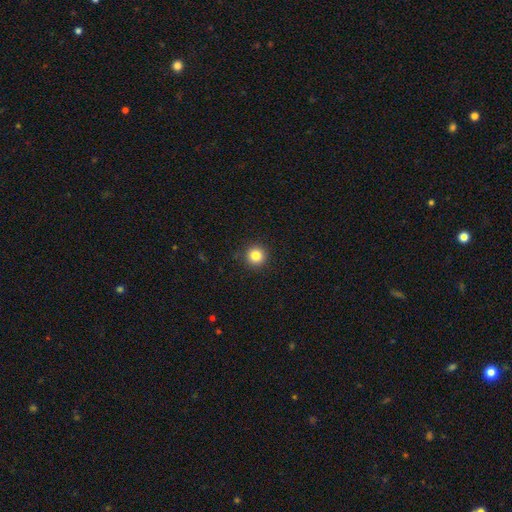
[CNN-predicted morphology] Overall: smooth (84%). How rounded: round (95%). Merging: none (91%).